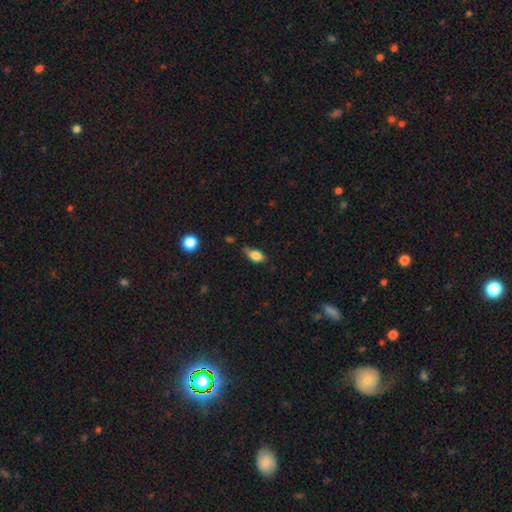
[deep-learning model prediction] Smooth or featured: smooth — 79% (featured or disk — 12%)
How rounded: in between — 84% (round — 8%)
Merging: none — 55% (minor disturbance — 35%)